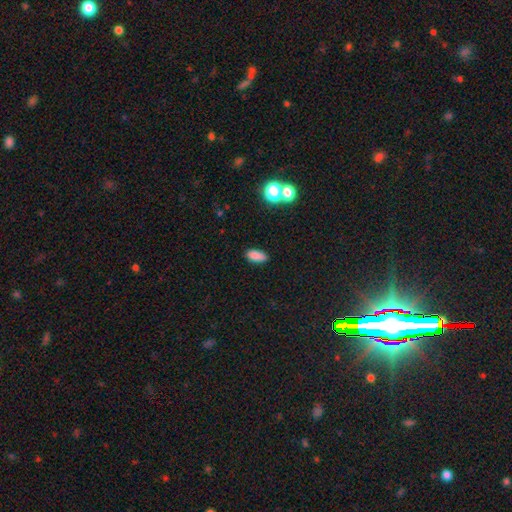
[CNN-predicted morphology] A smooth galaxy with no disk features (85%) that is in between round and cigar-shaped (88%). Merging: none (84%).